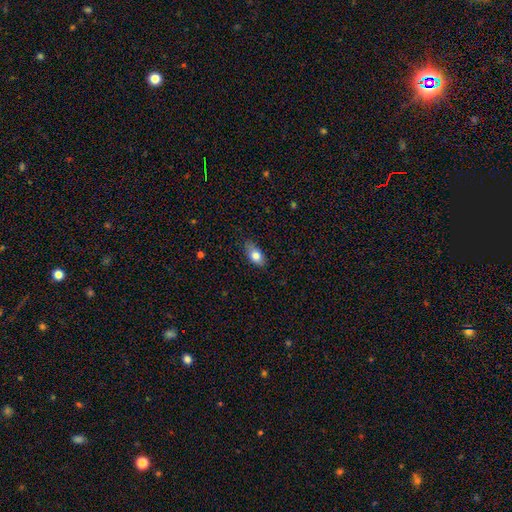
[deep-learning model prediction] Smooth or featured? Predicted: smooth (p=0.80). How rounded? Predicted: in between (p=0.87). Merging? Predicted: none (p=0.76).